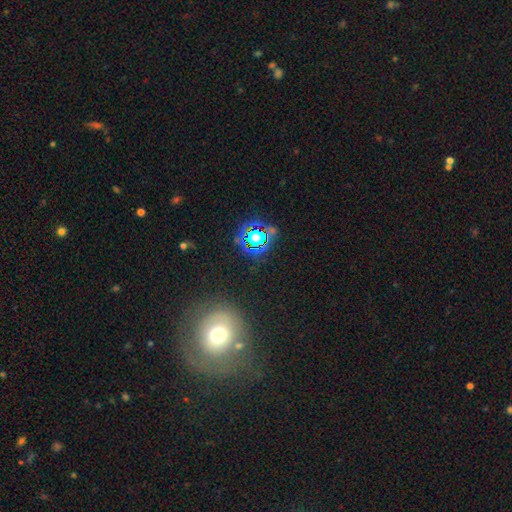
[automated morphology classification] smooth-or-featured: star or artifact: 40% | smooth: 35% | featured or disk: 25%